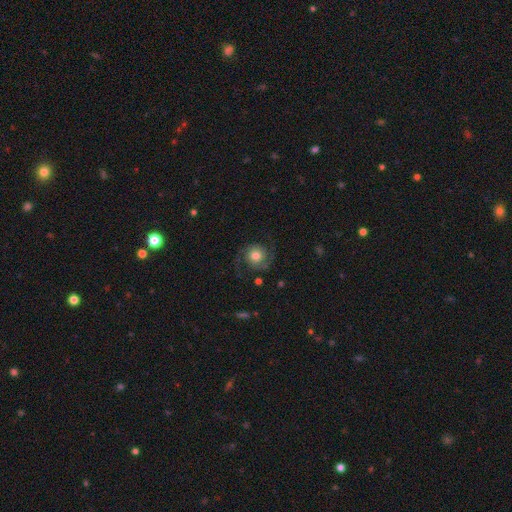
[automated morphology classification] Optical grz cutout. It shows a featured or disk galaxy (72%) with no bar (77%), 2 (91%) medium (47%) spiral arms (95%) and a moderate central bulge (60%). Merging: none (76%).